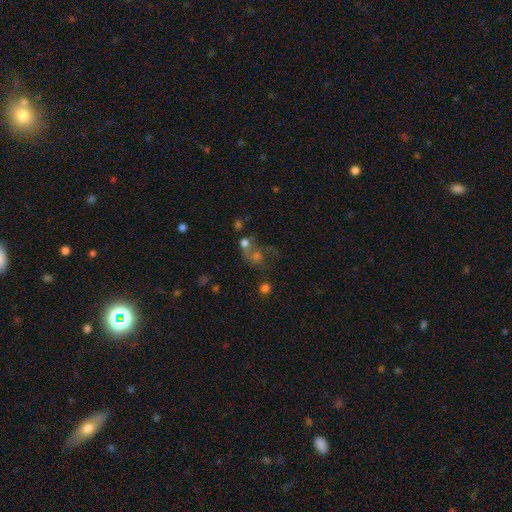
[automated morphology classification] smooth-or-featured: featured or disk: 35% | star or artifact: 32% | smooth: 32%
  merging: none: 36% | merger: 34% | major disturbance: 19% | minor disturbance: 12%